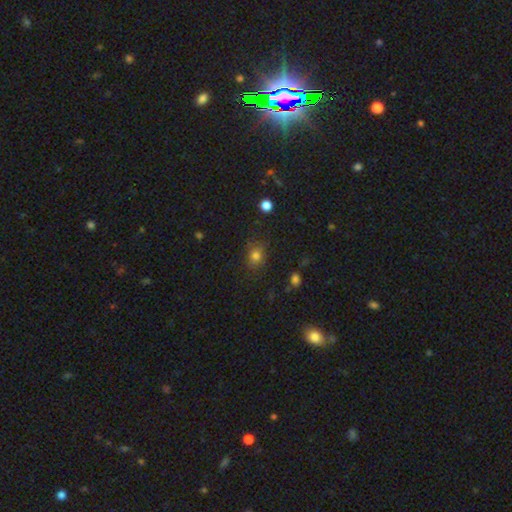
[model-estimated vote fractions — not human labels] This is likely a smooth galaxy (77%). How rounded: possibly round (55%). Merging: likely none (76%).